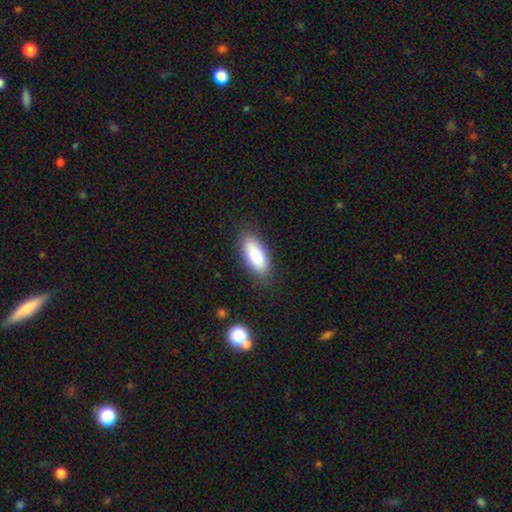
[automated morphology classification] A smooth galaxy with no disk features (84%) that is in between round and cigar-shaped (81%). Merging: none (83%).